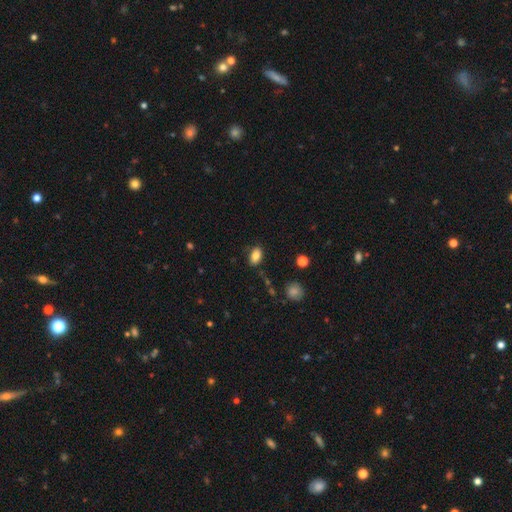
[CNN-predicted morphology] A smooth galaxy with no disk features (84%) that is in between round and cigar-shaped (89%).

Vote fractions:
- Smooth or featured? smooth: 84% / star or artifact: 9% / featured or disk: 7%
- How rounded? in between: 89% / round: 9% / cigar-shaped: 2%
- Merging? none: 83% / minor disturbance: 13% / major disturbance: 3% / merger: 2%